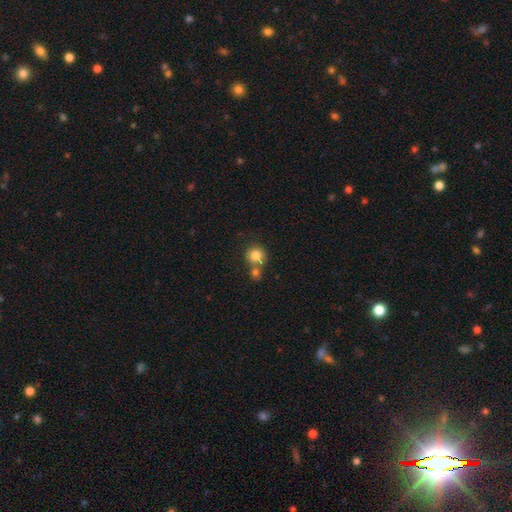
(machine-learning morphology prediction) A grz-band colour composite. It shows a smooth galaxy with no disk features (82%) that is round (89%). Merging: none (53%).